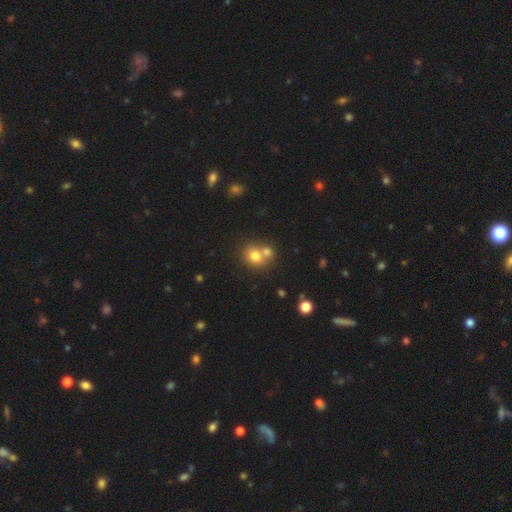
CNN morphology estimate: Smooth or featured? Predicted: smooth (p=0.76). How rounded? Predicted: round (p=0.72). Merging? Predicted: merger (p=0.48).